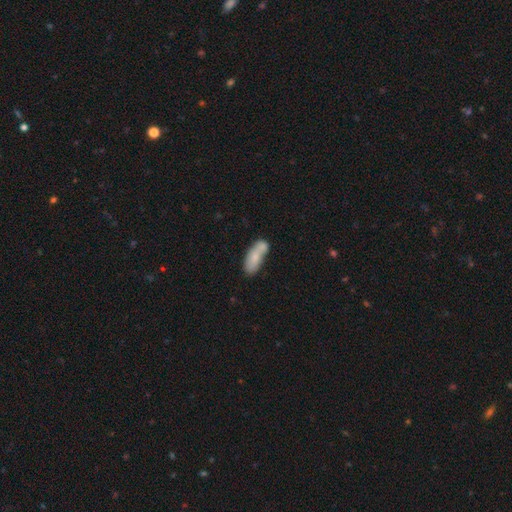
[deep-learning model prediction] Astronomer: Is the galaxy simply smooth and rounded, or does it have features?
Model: smooth — 73%.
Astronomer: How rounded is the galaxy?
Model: in between — 71%.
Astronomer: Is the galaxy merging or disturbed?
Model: none — 44% (runner-up: merger, 32%).